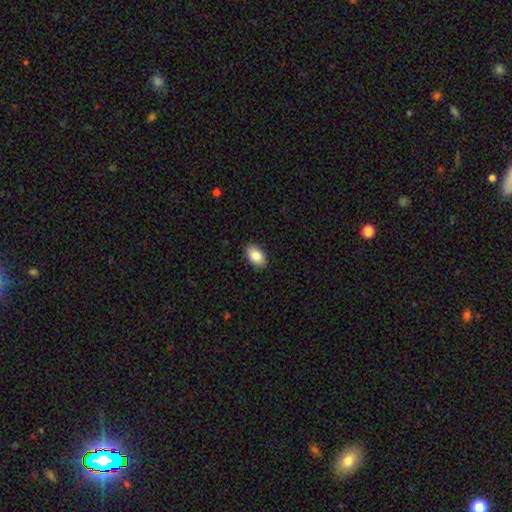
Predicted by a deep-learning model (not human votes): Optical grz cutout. It shows a smooth galaxy with no disk features (85%) that is in between round and cigar-shaped (91%). Merging: none (89%).